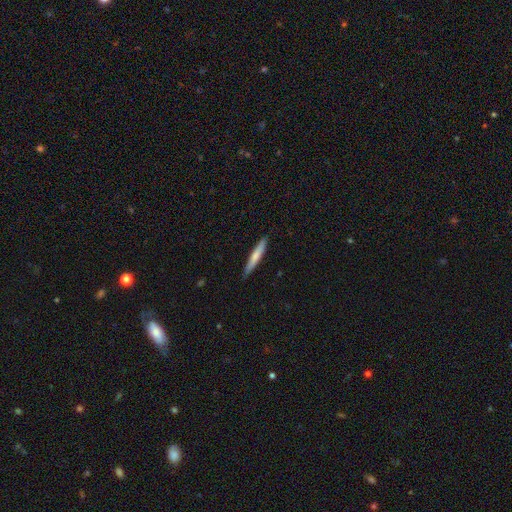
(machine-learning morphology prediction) smooth_or_featured: smooth (p=0.69) [alt: featured or disk p=0.26]
how_rounded: cigar-shaped (p=0.94) [alt: in between p=0.05]
merging: none (p=0.88) [alt: minor disturbance p=0.09]